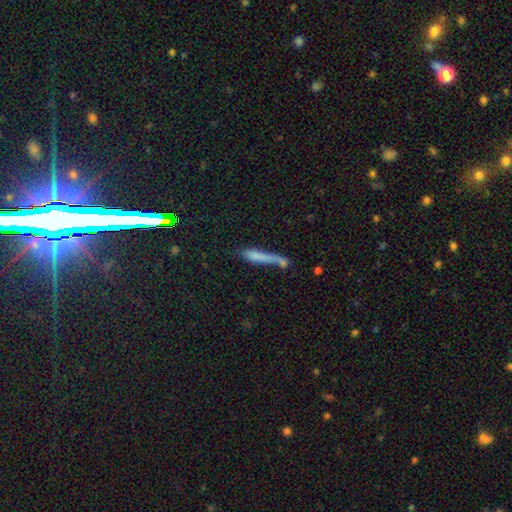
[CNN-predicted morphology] smooth 64%, featured or disk 24%, star or artifact 13%. Down the decision tree: how rounded — cigar-shaped (87%); merging — none (40%).